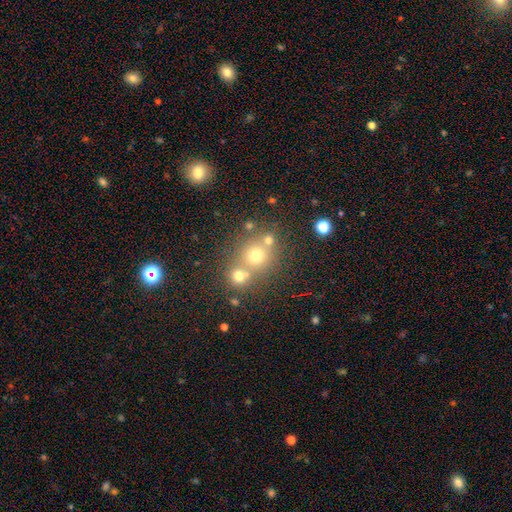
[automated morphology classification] This is likely a smooth galaxy (65%). How rounded: clearly round (84%). Merging: possibly none (57%).